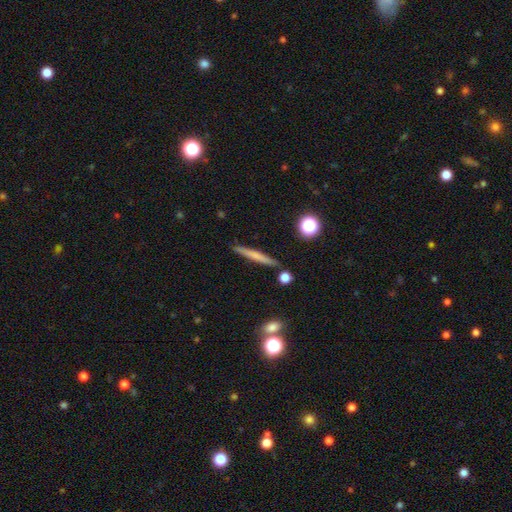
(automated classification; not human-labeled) This is possibly a smooth galaxy (57%). How rounded: clearly cigar-shaped (95%). Merging: clearly none (88%).